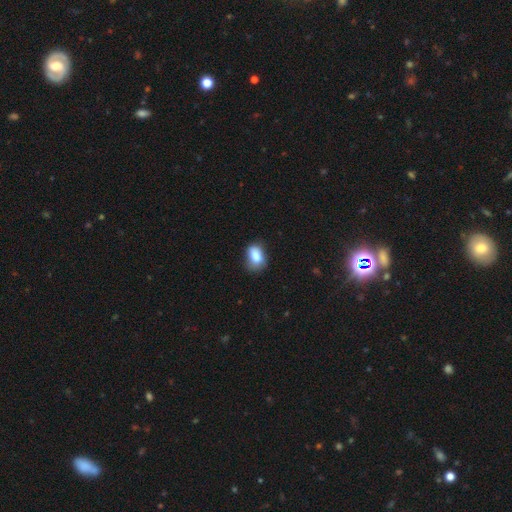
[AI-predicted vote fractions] Smooth or featured? Predicted: smooth (p=0.82). How rounded? Predicted: in between (p=0.78). Merging? Predicted: none (p=0.57).